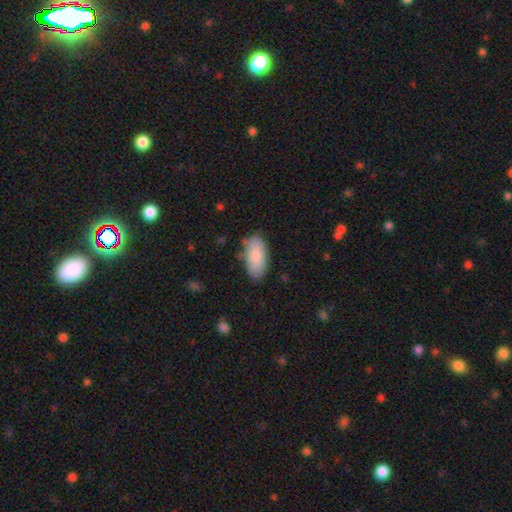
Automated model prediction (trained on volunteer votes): Morphology: type=smooth (85%); roundness=in between (93%); merging=none (78%).